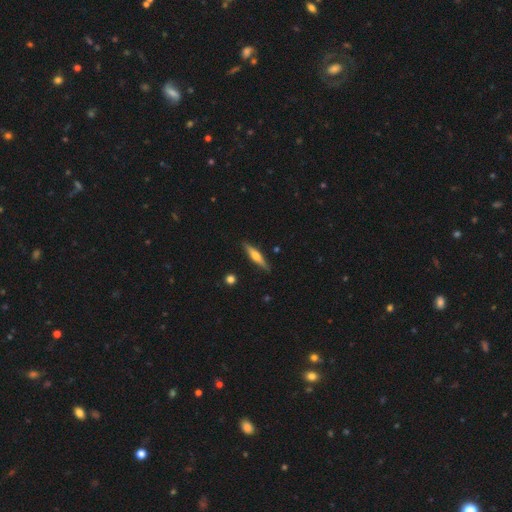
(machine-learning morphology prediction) Overall: featured or disk (53%; smooth 42%). Edge-on disk: yes (95%). Merging: none (89%).